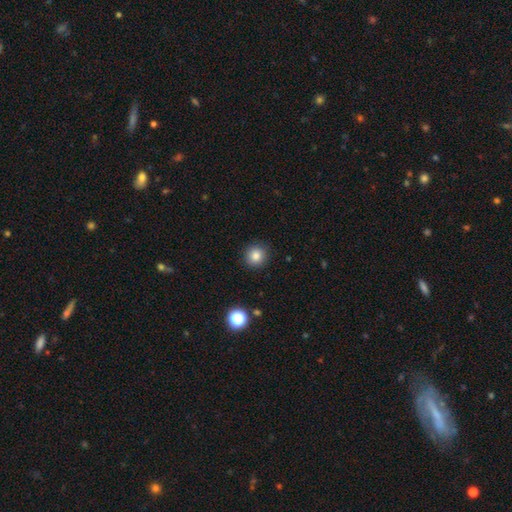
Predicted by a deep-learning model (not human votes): This appears to be a smooth galaxy with no disk features (83%) that is round (92%). Merging: none (91%).